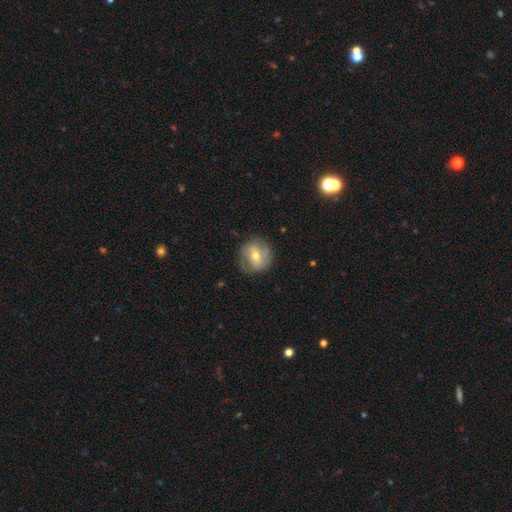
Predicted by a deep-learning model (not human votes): Smooth or featured?
  - featured or disk: 51% *
  - smooth: 41%
  - star or artifact: 8%
Edge-on disk?
  - no: 95% *
  - yes: 5%
Merging?
  - none: 78% *
  - minor disturbance: 15%
  - major disturbance: 6%
  - merger: 1%